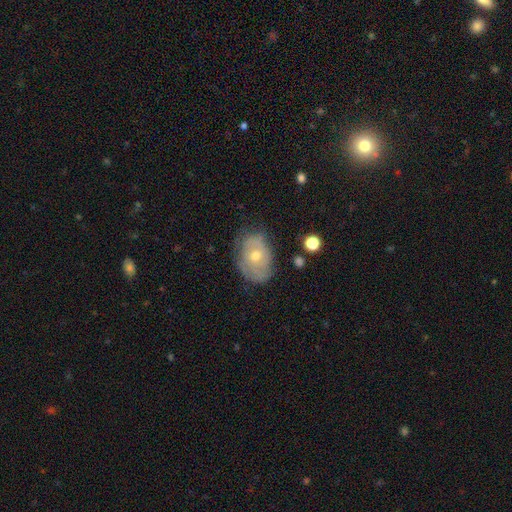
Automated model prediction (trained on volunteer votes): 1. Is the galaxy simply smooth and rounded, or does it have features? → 51% featured or disk, 40% smooth, 9% star or artifact.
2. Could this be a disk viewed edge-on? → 94% no, 6% yes.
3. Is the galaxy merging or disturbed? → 64% none, 26% minor disturbance, 8% major disturbance, 2% merger.